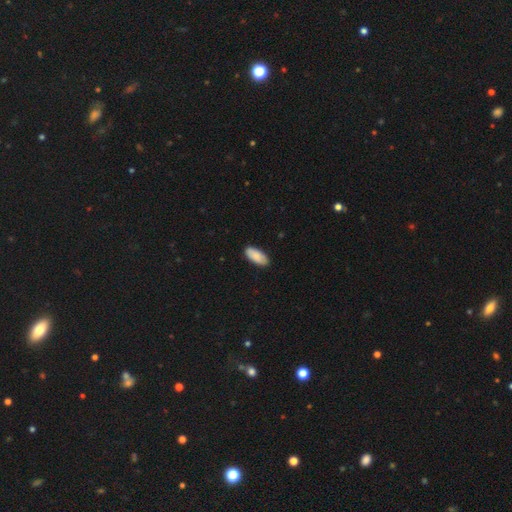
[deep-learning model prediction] smooth-or-featured: smooth: 86% | featured or disk: 8% | star or artifact: 6%
  how-rounded: in between: 88% | cigar-shaped: 10% | round: 2%
  merging: none: 88% | minor disturbance: 10% | major disturbance: 2% | merger: 1%